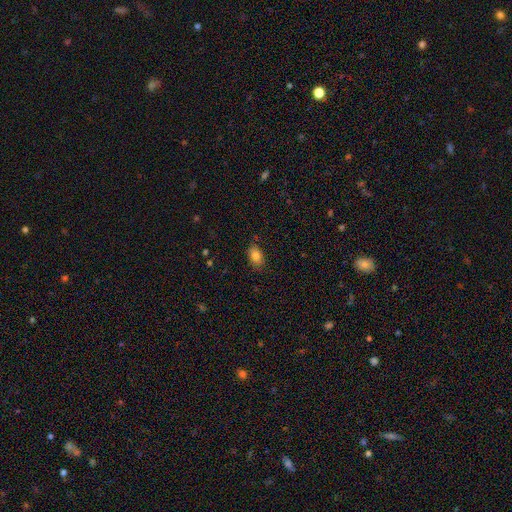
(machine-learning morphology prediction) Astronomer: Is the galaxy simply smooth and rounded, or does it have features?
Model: smooth — 82%.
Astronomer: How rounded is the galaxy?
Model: in between — 86%.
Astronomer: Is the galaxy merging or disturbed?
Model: none — 82%.